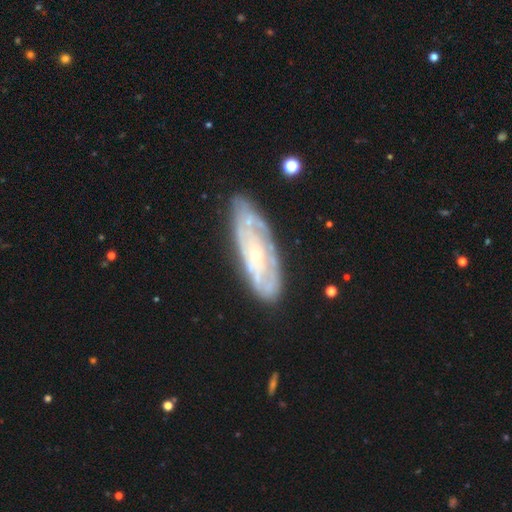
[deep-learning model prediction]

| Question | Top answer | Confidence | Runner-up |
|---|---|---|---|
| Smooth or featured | featured or disk | 76% | smooth (18%) |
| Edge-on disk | no | 84% | yes (16%) |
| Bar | no | 78% | weak (17%) |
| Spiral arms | yes | 79% | no (21%) |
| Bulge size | small | 80% | moderate (15%) |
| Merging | none | 74% | minor disturbance (19%) |